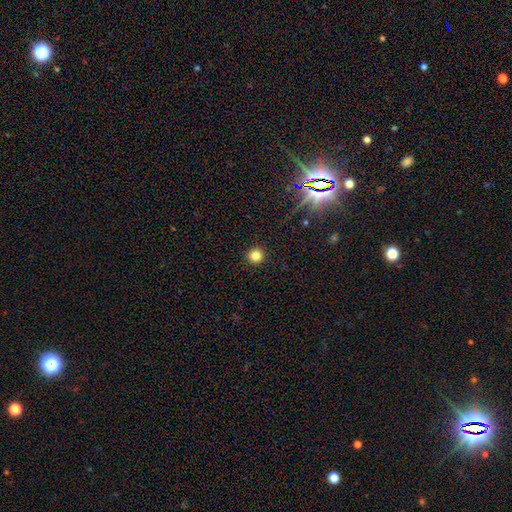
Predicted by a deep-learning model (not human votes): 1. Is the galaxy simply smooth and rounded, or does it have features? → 81% smooth, 14% star or artifact, 5% featured or disk.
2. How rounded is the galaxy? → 95% round, 4% in between, 1% cigar-shaped.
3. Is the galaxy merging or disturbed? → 93% none, 4% minor disturbance, 2% major disturbance, 1% merger.